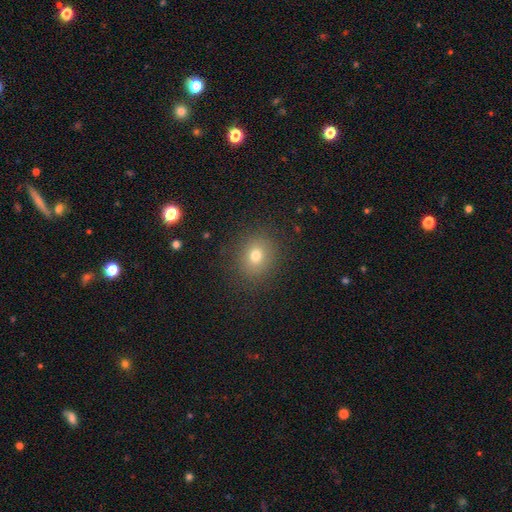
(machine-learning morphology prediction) This appears to be a smooth galaxy with no disk features (74%) that is round (71%). Merging: none (86%).